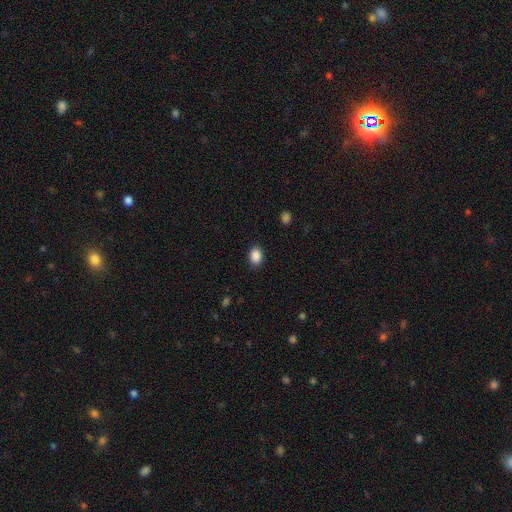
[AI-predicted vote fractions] Morphology: type=smooth (89%); roundness=in between (71%); merging=none (87%).